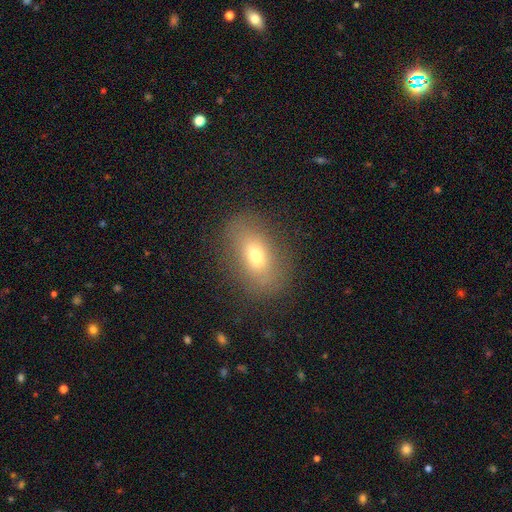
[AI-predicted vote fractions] Morphology: type=smooth (66%); roundness=in between (81%); merging=none (80%).